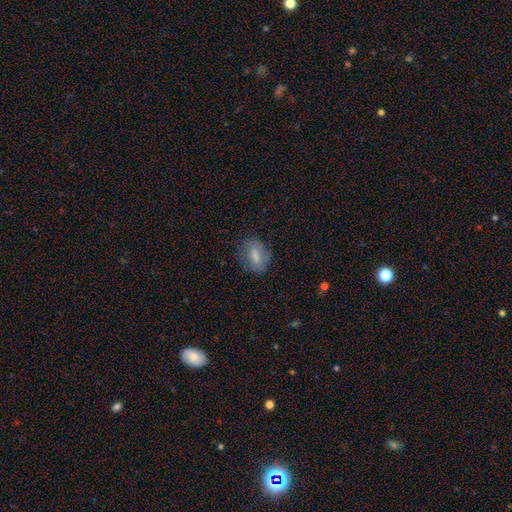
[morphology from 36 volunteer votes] smooth 78%, featured or disk 19%, star or artifact 3%. Down the decision tree: how rounded — in between (86%); merging — none (77%).